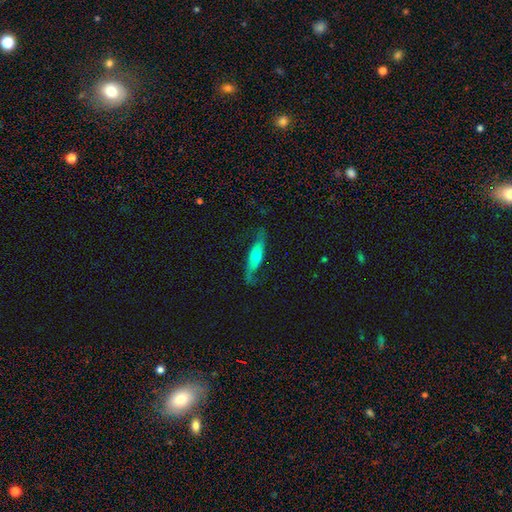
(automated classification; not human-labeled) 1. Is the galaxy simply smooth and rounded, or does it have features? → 55% featured or disk, 39% smooth, 6% star or artifact.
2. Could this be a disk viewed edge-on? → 64% yes, 36% no.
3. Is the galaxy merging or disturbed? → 70% none, 21% minor disturbance, 7% major disturbance, 2% merger.